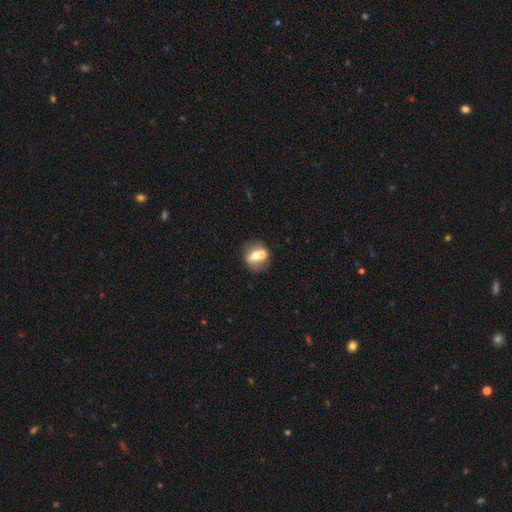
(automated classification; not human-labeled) Smooth or featured? smooth (60%)
How rounded? round (66%)
Merging? none (48%)